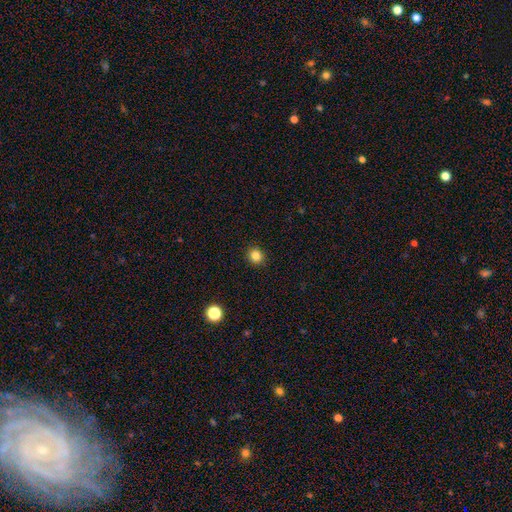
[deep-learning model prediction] A smooth galaxy with no disk features (84%) that is round (91%).

Vote fractions:
- Smooth or featured? smooth: 84% / star or artifact: 12% / featured or disk: 5%
- How rounded? round: 91% / in between: 8% / cigar-shaped: 1%
- Merging? none: 92% / minor disturbance: 5% / major disturbance: 2% / merger: 1%